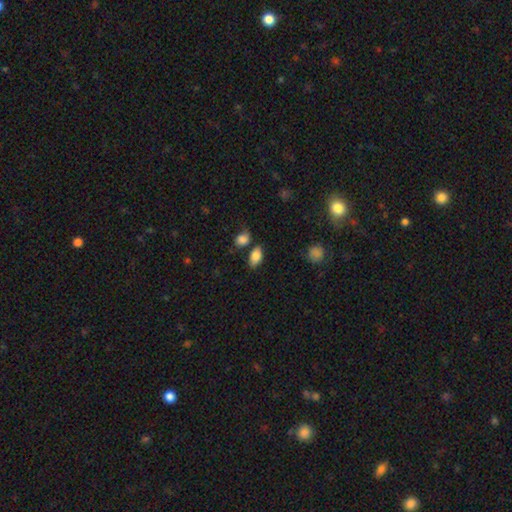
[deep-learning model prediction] The model was most divided on "merging": none: 70%, minor disturbance: 16%, merger: 10%, major disturbance: 4%. More confident: how rounded — in between (91%); smooth or featured — smooth (83%).